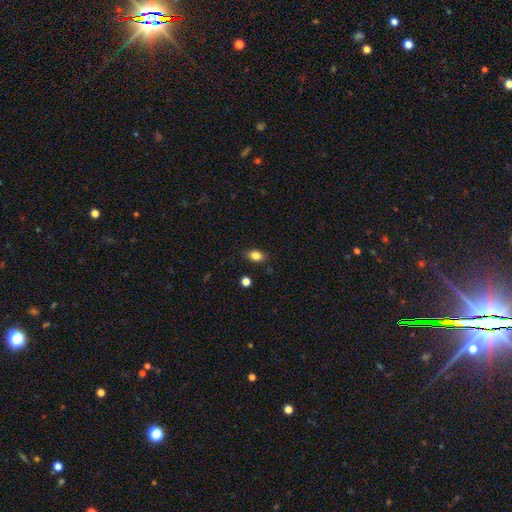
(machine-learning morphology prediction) Smooth or featured: smooth — 84% (star or artifact — 10%)
How rounded: in between — 80% (round — 18%)
Merging: none — 83% (minor disturbance — 12%)